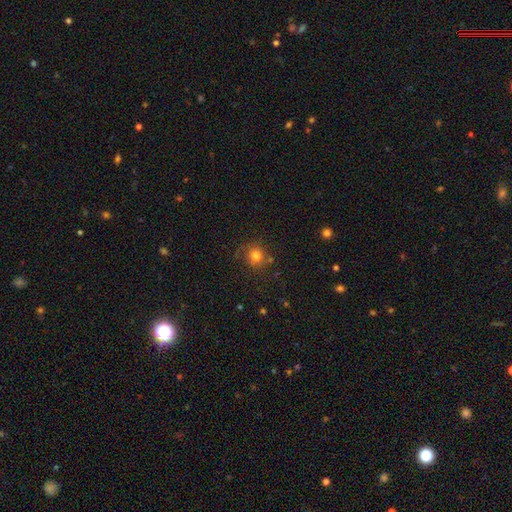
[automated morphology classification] The model was most divided on "merging": none: 75%, minor disturbance: 14%, major disturbance: 6%, merger: 5%. More confident: how rounded — round (90%); smooth or featured — smooth (78%).